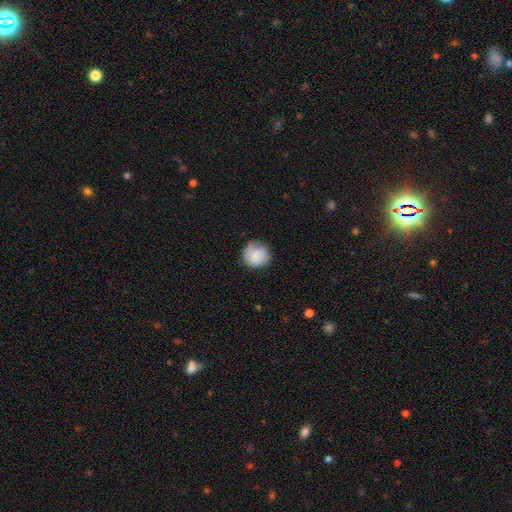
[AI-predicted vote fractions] Overall: smooth (81%). How rounded: round (91%). Merging: none (72%).